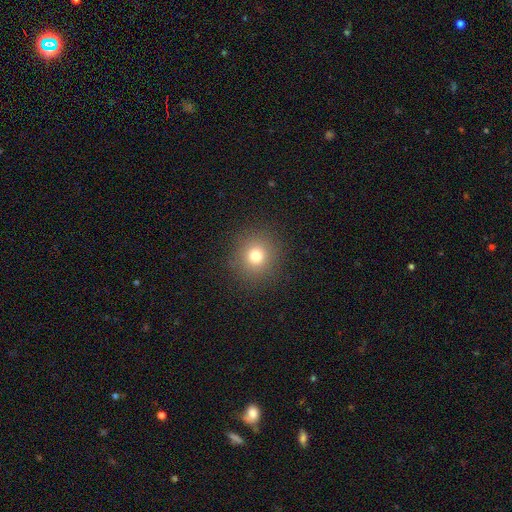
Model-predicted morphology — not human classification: Overall: smooth (76%). How rounded: round (89%). Merging: none (89%).